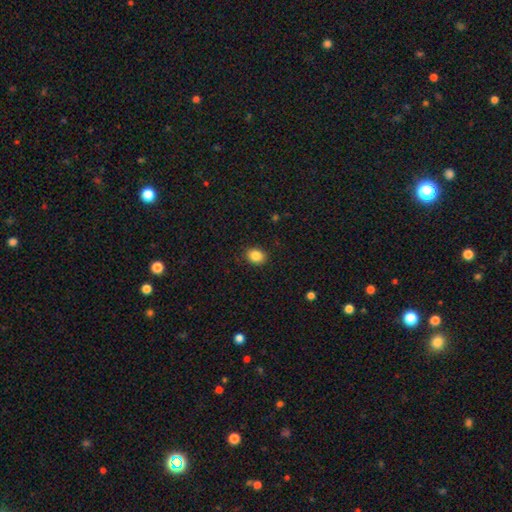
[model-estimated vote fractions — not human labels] This appears to be a smooth galaxy with no disk features (86%) that is round (50%). Merging: none (89%).